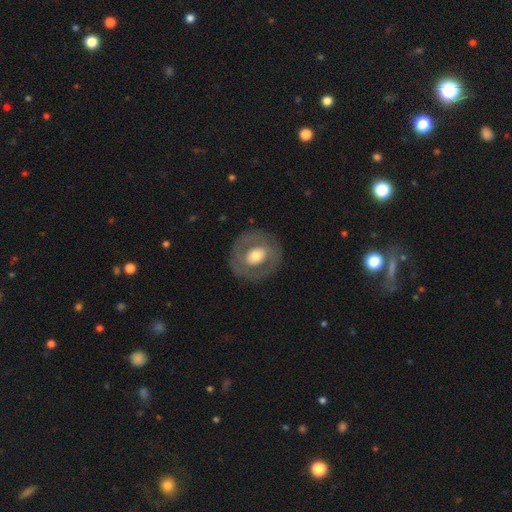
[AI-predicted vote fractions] Smooth or featured?
  - featured or disk: 52% *
  - smooth: 42%
  - star or artifact: 6%
Edge-on disk?
  - no: 95% *
  - yes: 5%
Bar?
  - no: 72% *
  - weak: 20%
  - strong: 9%
Spiral arms?
  - no: 77% *
  - yes: 23%
Bulge size?
  - moderate: 57% *
  - large: 28%
  - small: 11%
  - dominant: 3%
  - none: 1%
Merging?
  - none: 82% *
  - minor disturbance: 10%
  - major disturbance: 7%
  - merger: 1%